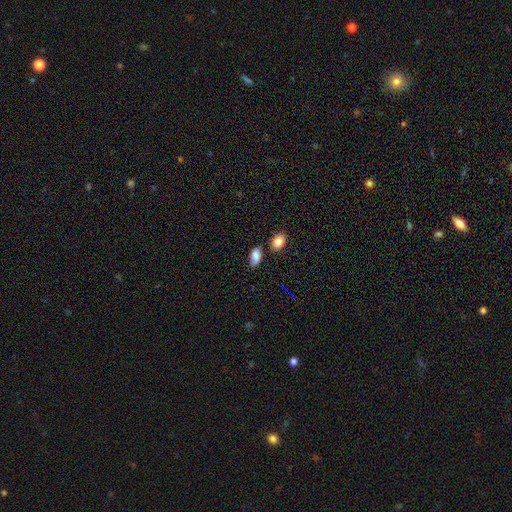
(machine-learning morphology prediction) Smooth or featured? smooth (83%)
How rounded? in between (91%)
Merging? none (67%)